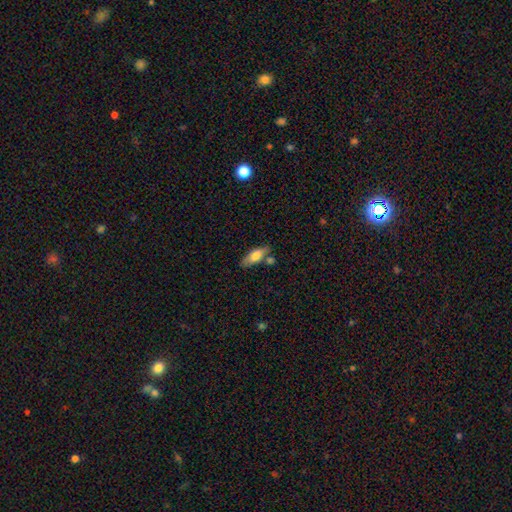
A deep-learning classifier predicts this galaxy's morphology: smooth_or_featured: smooth (p=0.74) [alt: featured or disk p=0.20]
how_rounded: in between (p=0.71) [alt: cigar-shaped p=0.26]
merging: none (p=0.66) [alt: minor disturbance p=0.17]